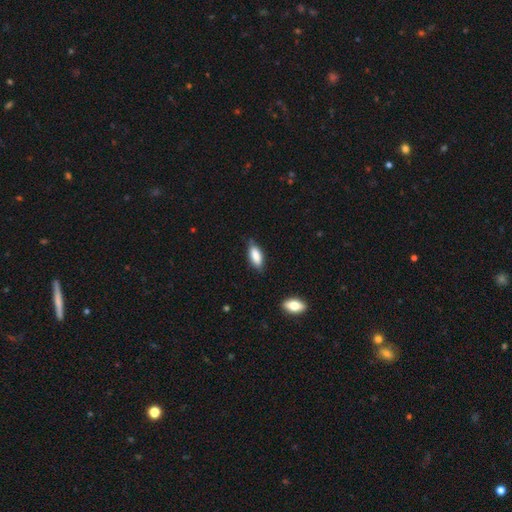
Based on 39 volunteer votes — smooth_or_featured: smooth (p=0.62) [alt: featured or disk p=0.33]
how_rounded: in between (p=0.62) [alt: cigar-shaped p=0.38]
merging: none (p=0.68) [alt: minor disturbance p=0.24]